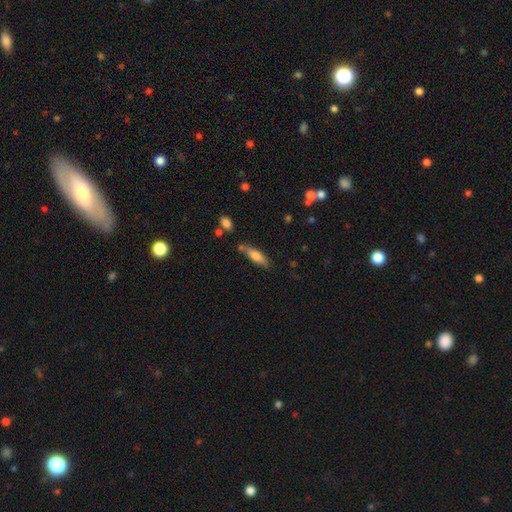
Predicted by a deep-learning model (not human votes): Smooth or featured? smooth (65%)
How rounded? cigar-shaped (61%)
Merging? none (71%)